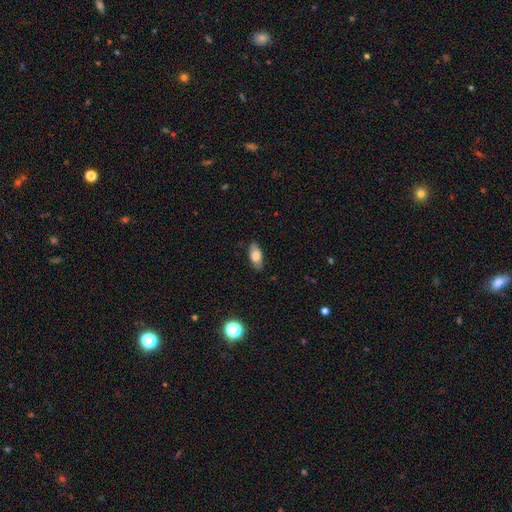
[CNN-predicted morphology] A smooth galaxy with no disk features (76%) that is in between round and cigar-shaped (88%). Merging: none (85%).